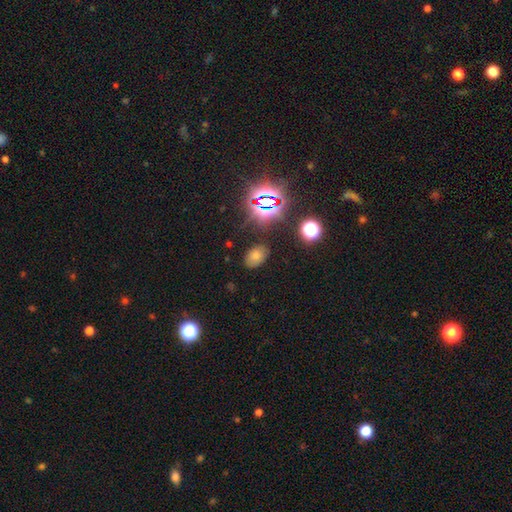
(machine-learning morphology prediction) Smooth or featured?
  - smooth: 66% *
  - star or artifact: 24%
  - featured or disk: 10%
How rounded?
  - in between: 85% *
  - round: 14%
  - cigar-shaped: 1%
Merging?
  - none: 79% *
  - minor disturbance: 15%
  - major disturbance: 4%
  - merger: 2%